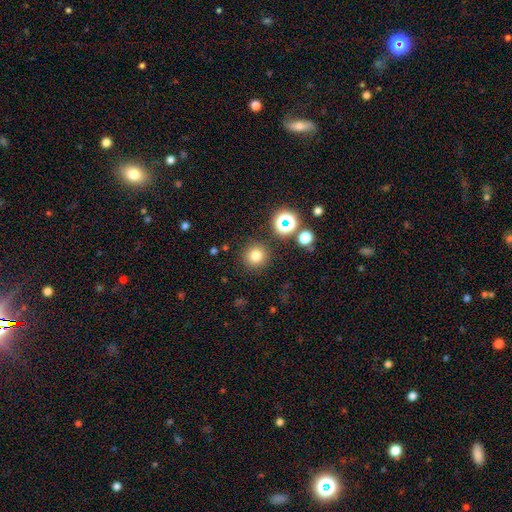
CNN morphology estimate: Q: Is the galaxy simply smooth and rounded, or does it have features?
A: smooth — 76%.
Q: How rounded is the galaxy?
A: round — 94%.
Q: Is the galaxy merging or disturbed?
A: none — 87%.